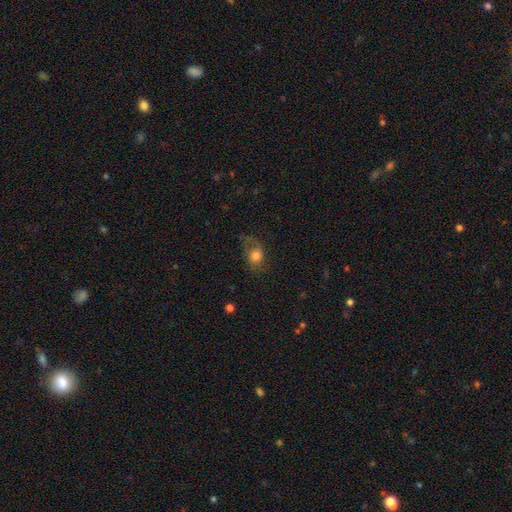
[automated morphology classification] smooth 67%, featured or disk 23%, star or artifact 10%. Down the decision tree: how rounded — in between (50%); merging — none (48%).